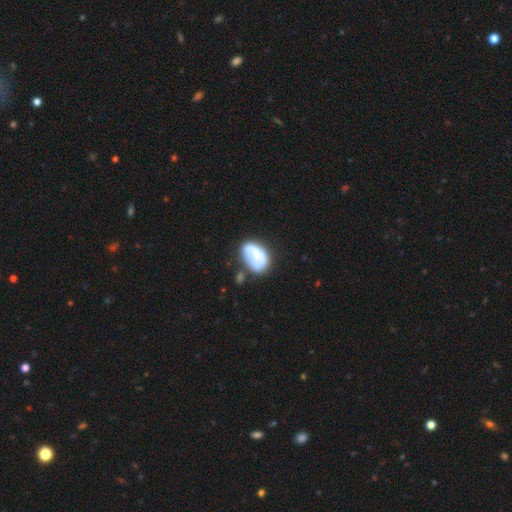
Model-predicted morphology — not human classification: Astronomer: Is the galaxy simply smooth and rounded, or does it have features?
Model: smooth — 57% (runner-up: featured or disk, 36%).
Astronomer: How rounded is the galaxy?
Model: in between — 85%.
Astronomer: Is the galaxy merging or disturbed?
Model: none — 46% (runner-up: minor disturbance, 28%).